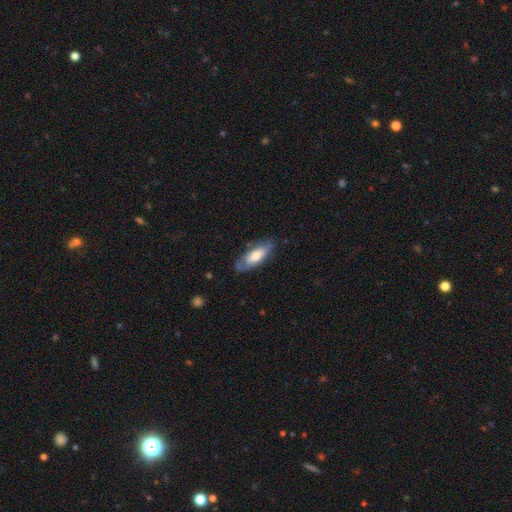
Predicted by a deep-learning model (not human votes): Q: Smooth or featured?
A: smooth (60%); runner-up: featured or disk (34%)
Q: How rounded?
A: in between (75%); runner-up: cigar-shaped (23%)
Q: Merging?
A: none (70%); runner-up: minor disturbance (22%)